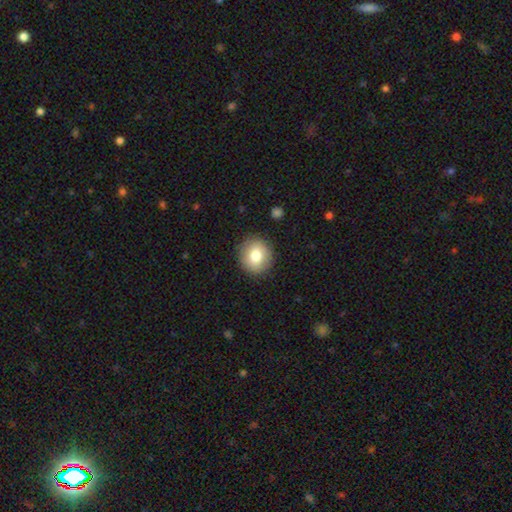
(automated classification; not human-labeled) smooth_or_featured: smooth (p=0.80) [alt: featured or disk p=0.12]
how_rounded: round (p=0.84) [alt: in between p=0.15]
merging: none (p=0.89) [alt: minor disturbance p=0.07]